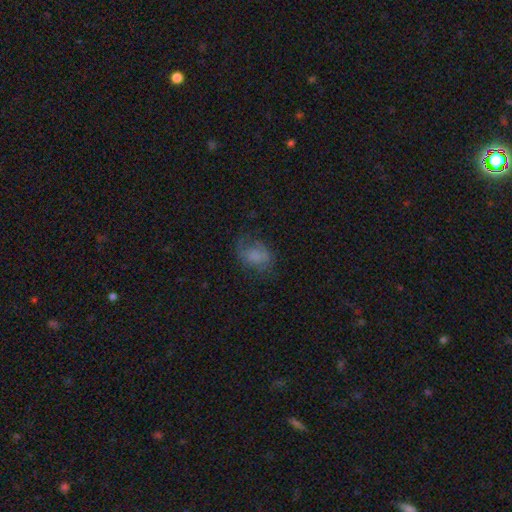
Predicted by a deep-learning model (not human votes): Smooth or featured? smooth (57%)
How rounded? in between (71%)
Merging? none (51%)